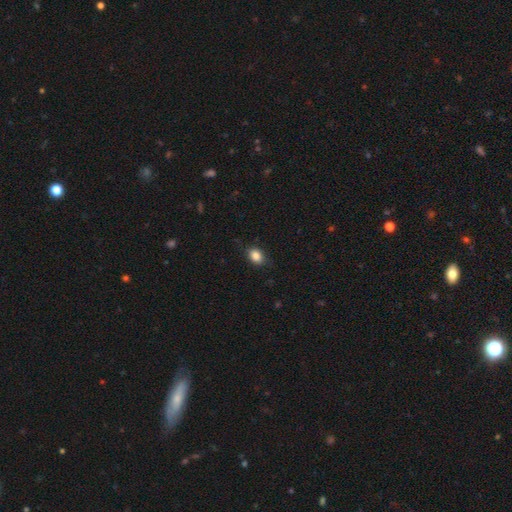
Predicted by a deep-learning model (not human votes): smooth-or-featured: smooth: 87% | star or artifact: 9% | featured or disk: 5%
  how-rounded: in between: 71% | round: 27% | cigar-shaped: 1%
  merging: none: 83% | minor disturbance: 13% | major disturbance: 3% | merger: 1%